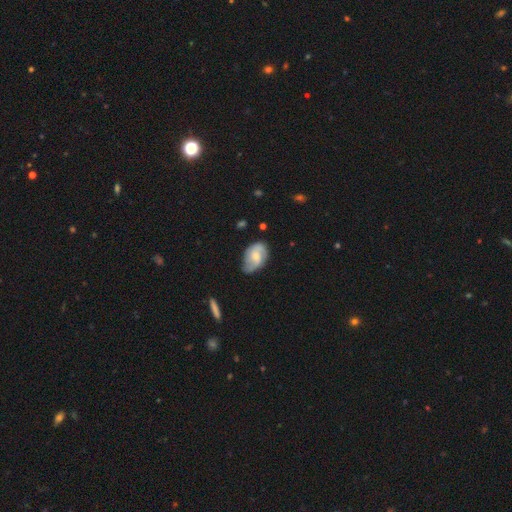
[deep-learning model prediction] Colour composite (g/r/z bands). It shows a featured or disk galaxy (50%). Merging: none (61%).